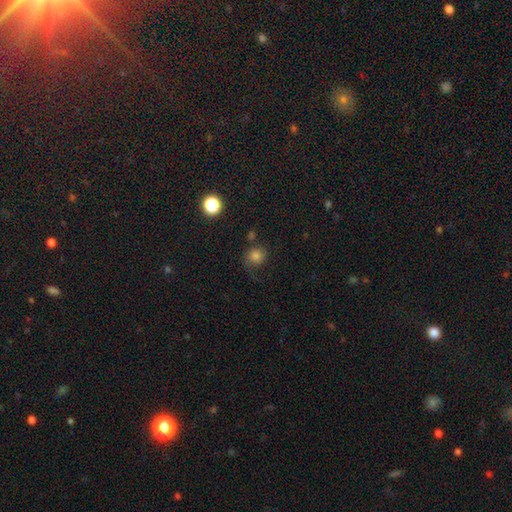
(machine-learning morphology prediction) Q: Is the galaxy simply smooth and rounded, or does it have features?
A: smooth — 78%.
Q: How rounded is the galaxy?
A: round — 85%.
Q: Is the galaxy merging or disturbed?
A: none — 63%.